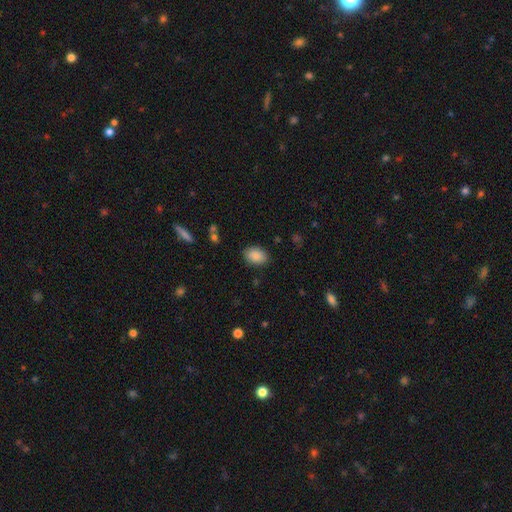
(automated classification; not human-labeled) smooth 88%, star or artifact 8%, featured or disk 4%. Down the decision tree: how rounded — in between (81%); merging — none (86%).